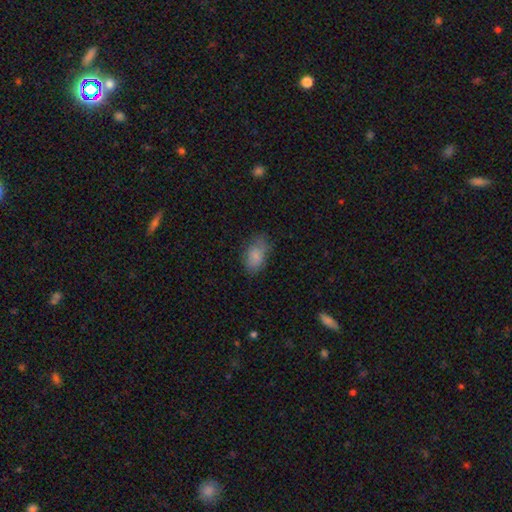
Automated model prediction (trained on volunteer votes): Smooth or featured?
  - smooth: 82% *
  - featured or disk: 10%
  - star or artifact: 8%
How rounded?
  - in between: 90% *
  - round: 8%
  - cigar-shaped: 2%
Merging?
  - none: 68% *
  - minor disturbance: 23%
  - major disturbance: 7%
  - merger: 1%